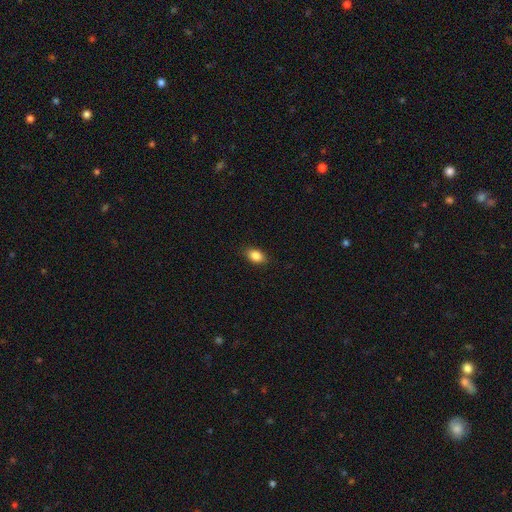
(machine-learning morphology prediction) Smooth or featured? Predicted: smooth (p=0.86). How rounded? Predicted: in between (p=0.84). Merging? Predicted: none (p=0.88).